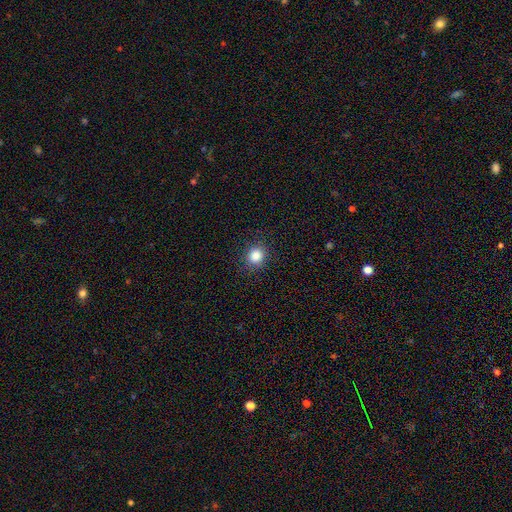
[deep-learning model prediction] Smooth or featured?
  - smooth: 86% *
  - star or artifact: 11%
  - featured or disk: 4%
How rounded?
  - round: 82% *
  - in between: 17%
  - cigar-shaped: 1%
Merging?
  - none: 88% *
  - minor disturbance: 8%
  - major disturbance: 3%
  - merger: 1%